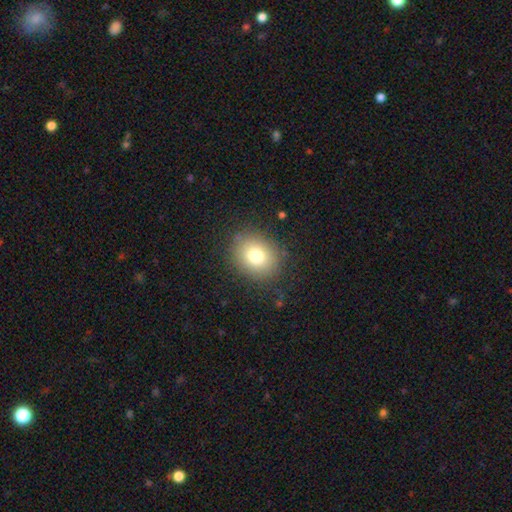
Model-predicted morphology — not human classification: Q: Smooth or featured?
A: smooth (77%); runner-up: star or artifact (12%)
Q: How rounded?
A: round (61%); runner-up: in between (39%)
Q: Merging?
A: none (85%); runner-up: minor disturbance (10%)